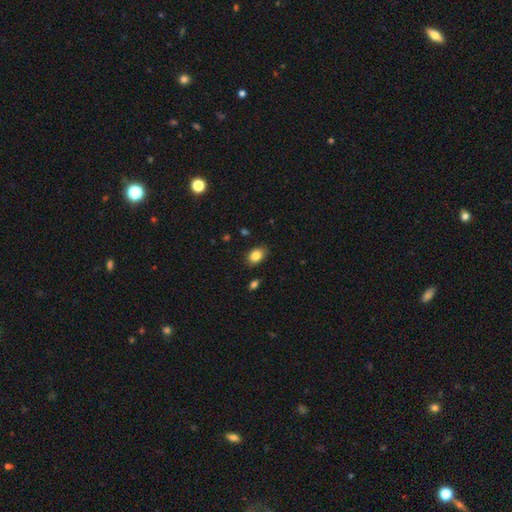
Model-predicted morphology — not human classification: Smooth or featured?
  - smooth: 85% *
  - star or artifact: 9%
  - featured or disk: 7%
How rounded?
  - in between: 78% *
  - round: 21%
  - cigar-shaped: 1%
Merging?
  - none: 86% *
  - minor disturbance: 10%
  - major disturbance: 2%
  - merger: 2%